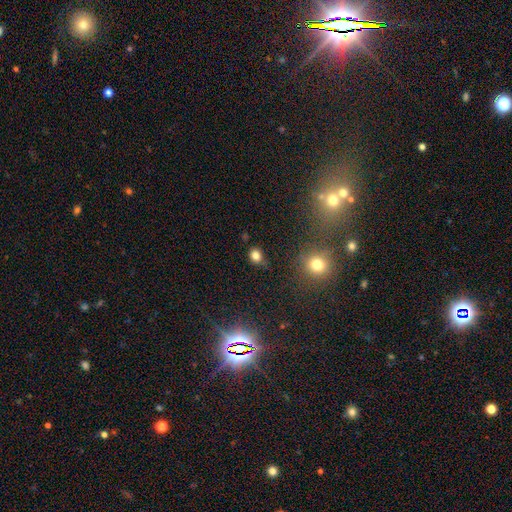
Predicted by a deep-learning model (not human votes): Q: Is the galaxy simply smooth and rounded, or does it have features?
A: smooth — 80%.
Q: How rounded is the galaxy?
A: round — 67%.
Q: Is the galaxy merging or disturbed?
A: none — 73%.